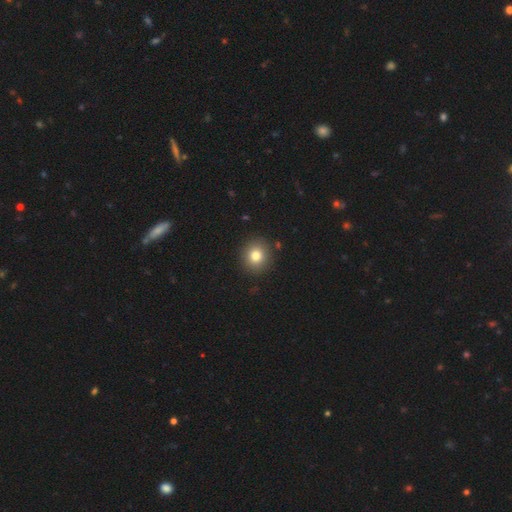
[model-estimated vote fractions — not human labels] A smooth galaxy with no disk features (80%) that is round (85%).

Vote fractions:
- Smooth or featured? smooth: 80% / star or artifact: 11% / featured or disk: 9%
- How rounded? round: 85% / in between: 14% / cigar-shaped: 1%
- Merging? none: 90% / minor disturbance: 6% / major disturbance: 2% / merger: 2%